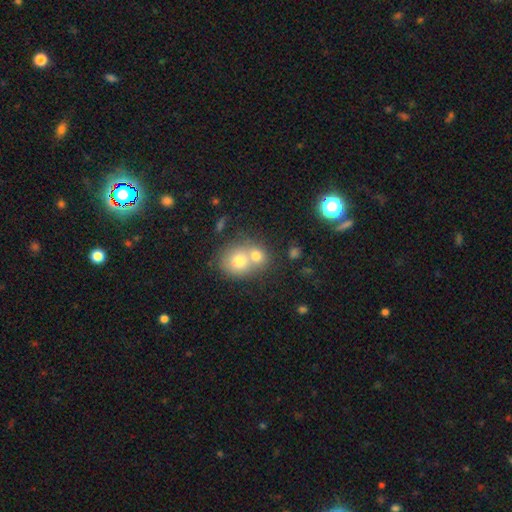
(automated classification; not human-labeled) A smooth galaxy with no disk features (72%) that is round (72%). Merging: merger (63%).